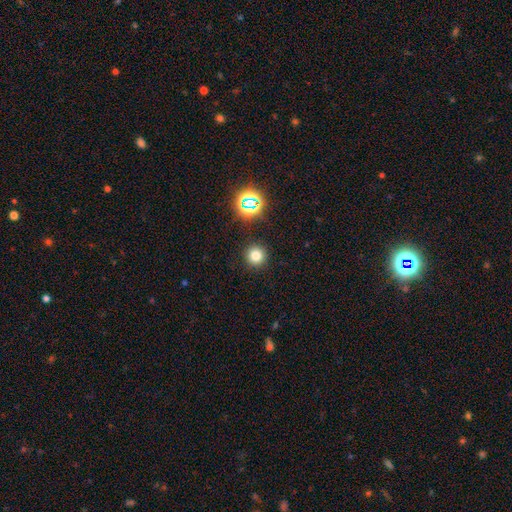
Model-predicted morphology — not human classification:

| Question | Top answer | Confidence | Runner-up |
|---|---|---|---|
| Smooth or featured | smooth | 75% | star or artifact (19%) |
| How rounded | round | 94% | in between (5%) |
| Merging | none | 90% | minor disturbance (6%) |